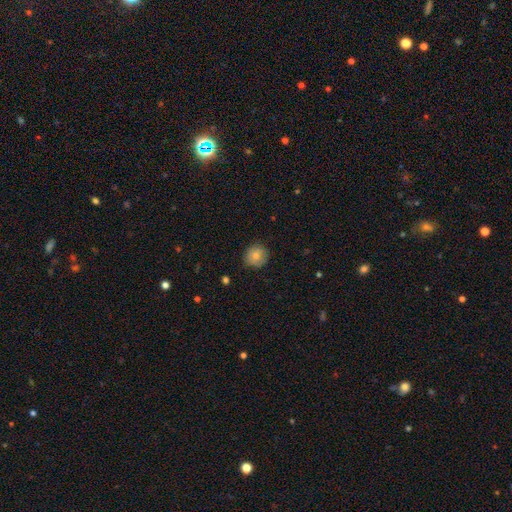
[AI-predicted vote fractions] Smooth or featured? Predicted: smooth (p=0.77). How rounded? Predicted: round (p=0.88). Merging? Predicted: none (p=0.82).